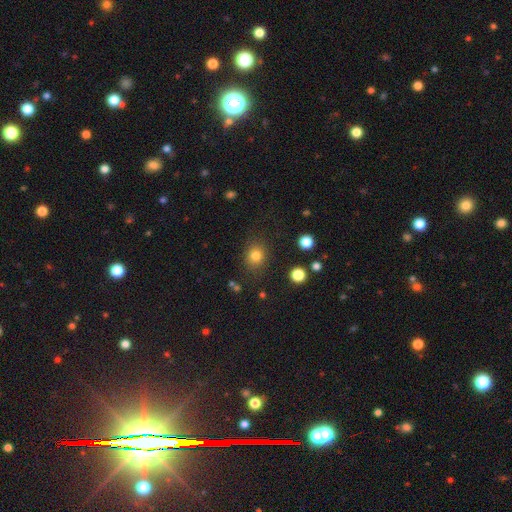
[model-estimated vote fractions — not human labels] Smooth or featured? smooth (81%)
How rounded? round (70%)
Merging? none (83%)